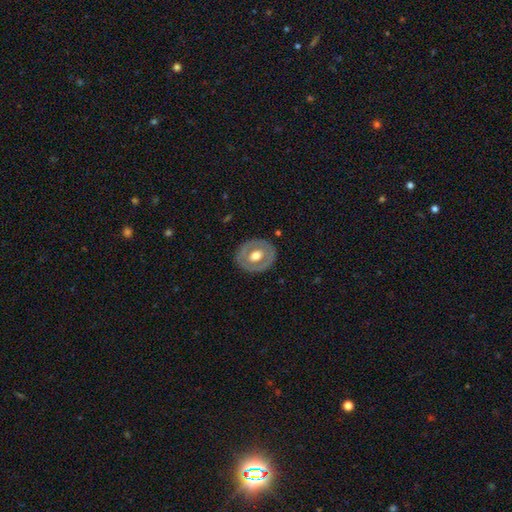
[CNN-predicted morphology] Smooth or featured? Predicted: featured or disk (p=0.53). Edge-on disk? Predicted: no (p=0.94). Merging? Predicted: none (p=0.84).